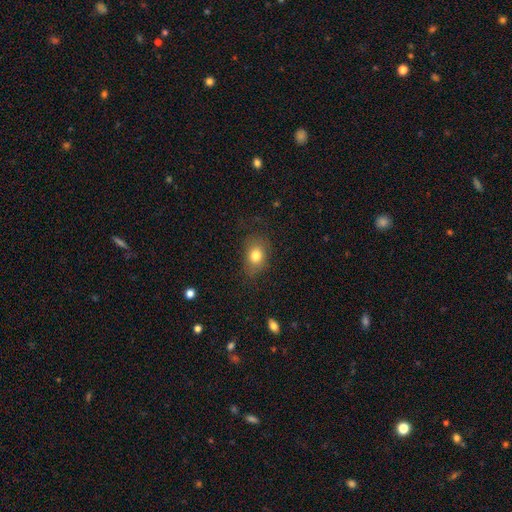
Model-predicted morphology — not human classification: Q: Smooth or featured?
A: smooth (79%); runner-up: featured or disk (11%)
Q: How rounded?
A: in between (64%); runner-up: round (35%)
Q: Merging?
A: none (71%); runner-up: minor disturbance (20%)